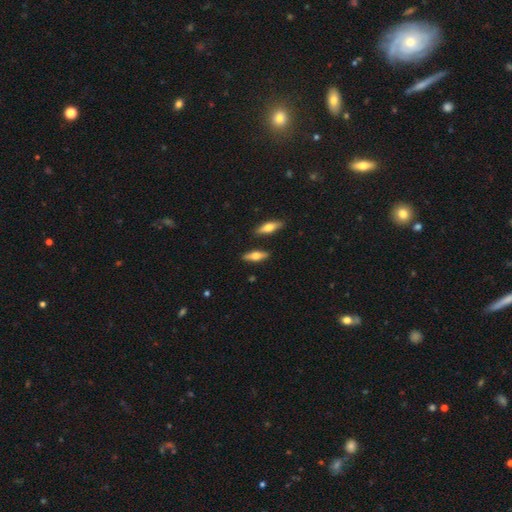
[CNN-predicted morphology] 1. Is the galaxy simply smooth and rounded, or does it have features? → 55% smooth, 39% featured or disk, 6% star or artifact.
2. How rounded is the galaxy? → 52% in between, 45% cigar-shaped, 3% round.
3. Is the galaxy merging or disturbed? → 84% none, 10% minor disturbance, 5% merger, 2% major disturbance.